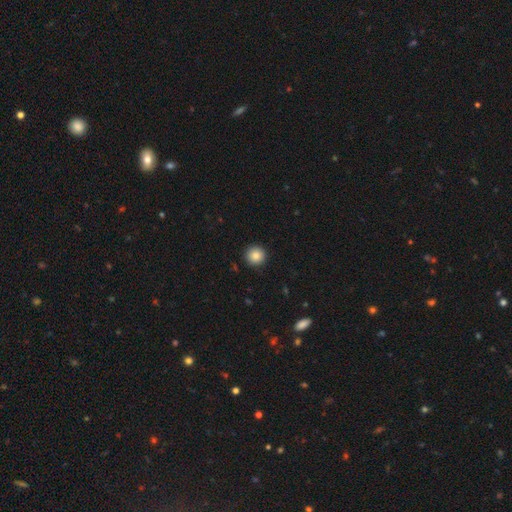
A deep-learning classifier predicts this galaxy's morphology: Smooth or featured? smooth (85%)
How rounded? round (95%)
Merging? none (92%)